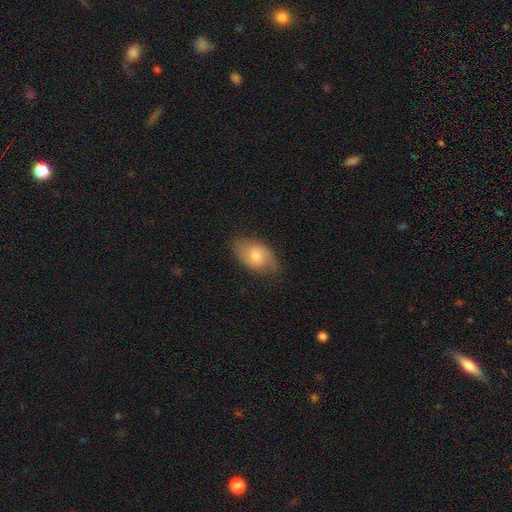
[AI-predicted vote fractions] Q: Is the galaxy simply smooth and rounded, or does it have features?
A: smooth — 52%.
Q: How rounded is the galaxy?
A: in between — 90%.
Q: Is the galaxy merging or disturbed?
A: none — 78%.